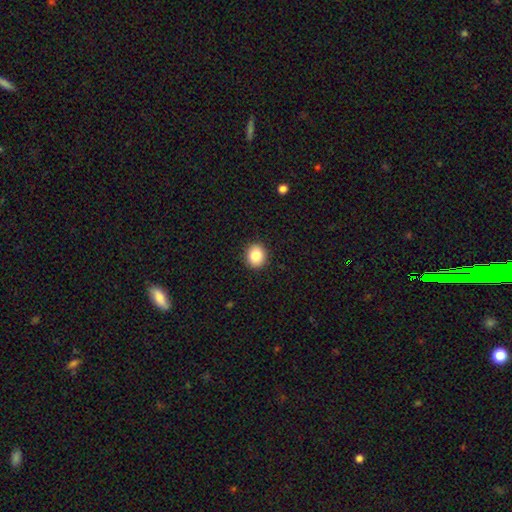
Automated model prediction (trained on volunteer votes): The model was most divided on "how rounded": round: 76%, in between: 23%, cigar-shaped: 1%. More confident: merging — none (91%); smooth or featured — smooth (86%).